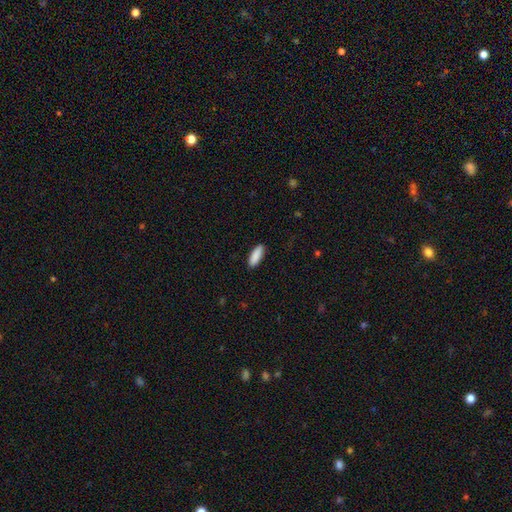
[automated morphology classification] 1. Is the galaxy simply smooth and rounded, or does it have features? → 90% smooth, 6% star or artifact, 4% featured or disk.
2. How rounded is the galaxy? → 62% in between, 37% cigar-shaped, 2% round.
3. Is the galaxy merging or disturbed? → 90% none, 8% minor disturbance, 2% major disturbance, 1% merger.